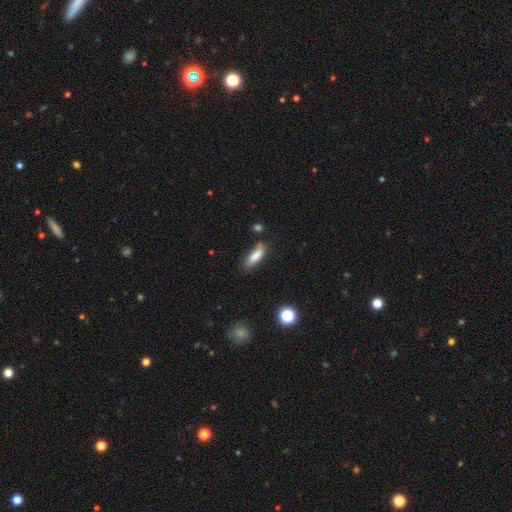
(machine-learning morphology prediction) smooth_or_featured: smooth (p=0.80) [alt: featured or disk p=0.12]
how_rounded: in between (p=0.50) [alt: cigar-shaped p=0.48]
merging: none (p=0.67) [alt: minor disturbance p=0.22]